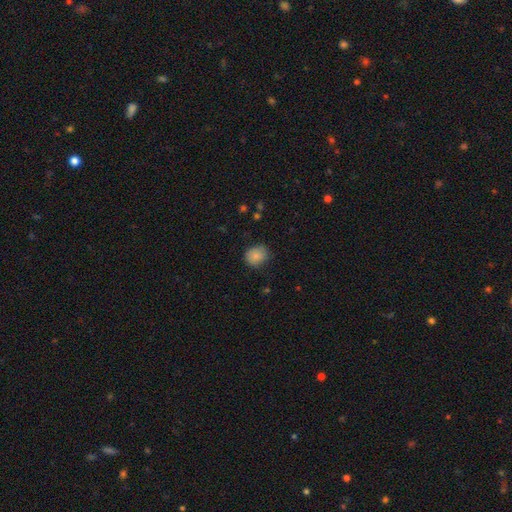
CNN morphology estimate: Smooth or featured? Predicted: smooth (p=0.83). How rounded? Predicted: round (p=0.68). Merging? Predicted: none (p=0.77).